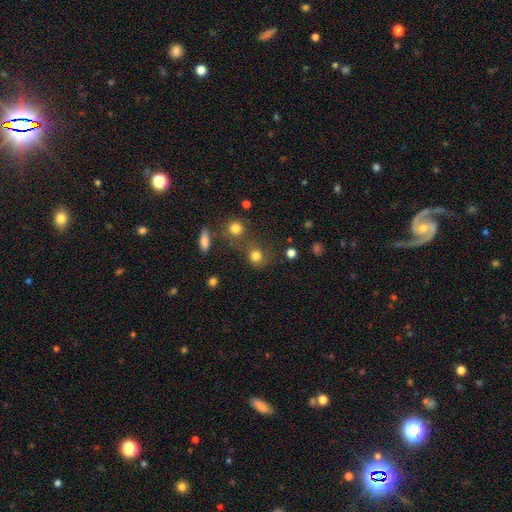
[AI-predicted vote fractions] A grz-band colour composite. It shows a smooth galaxy with no disk features (79%) that is round (84%). Merging: none (61%).